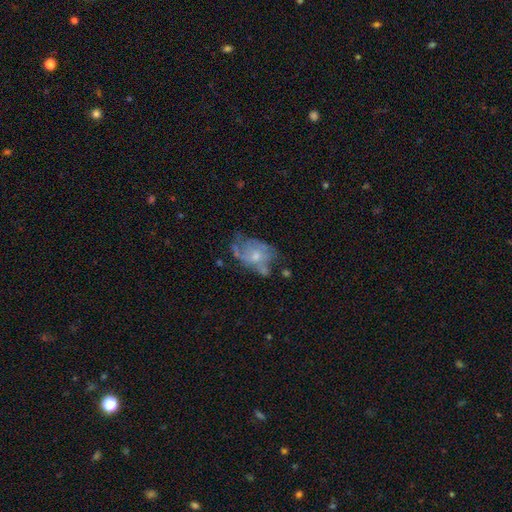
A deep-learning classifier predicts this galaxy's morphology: smooth-or-featured: featured or disk: 64% | smooth: 28% | star or artifact: 8%
  disk-edge-on: no: 97% | yes: 3%
    bar: no: 80% | weak: 17% | strong: 3%
    has-spiral-arms: yes: 58% | no: 42%
    bulge-size: small: 47% | moderate: 44% | none: 5% | large: 3% | dominant: 1%
  merging: none: 36% | major disturbance: 29% | minor disturbance: 27% | merger: 7%